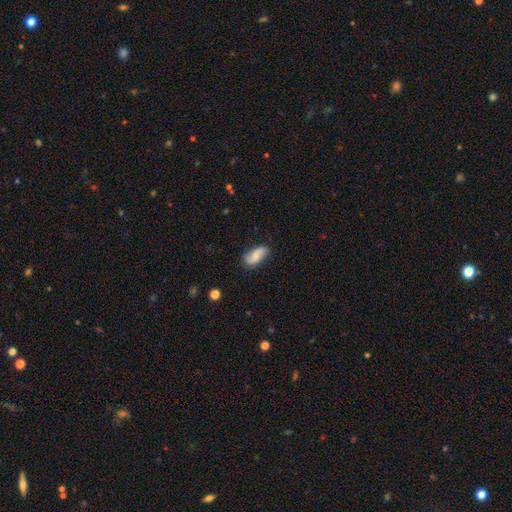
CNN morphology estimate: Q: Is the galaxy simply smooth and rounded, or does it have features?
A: smooth — 57%.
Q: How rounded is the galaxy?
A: in between — 90%.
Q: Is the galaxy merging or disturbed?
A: none — 74%.